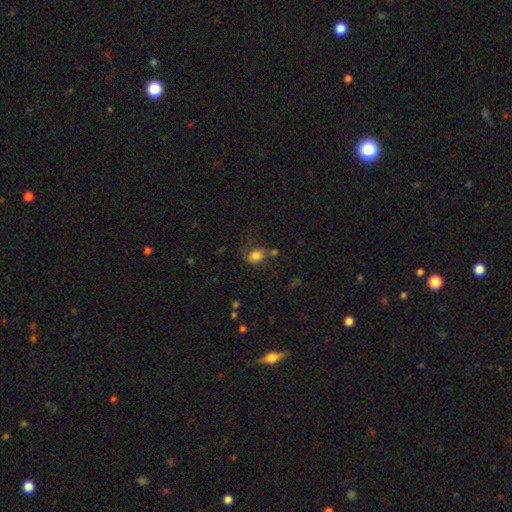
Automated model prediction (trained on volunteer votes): Smooth or featured? smooth (78%)
How rounded? in between (53%)
Merging? none (41%)